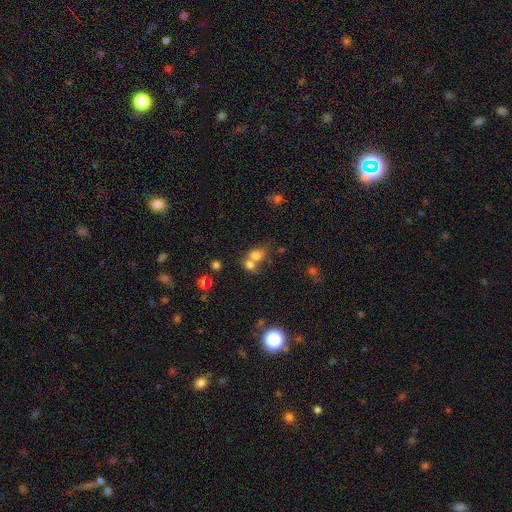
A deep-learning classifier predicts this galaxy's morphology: Smooth or featured? smooth (73%)
How rounded? in between (51%)
Merging? merger (59%)